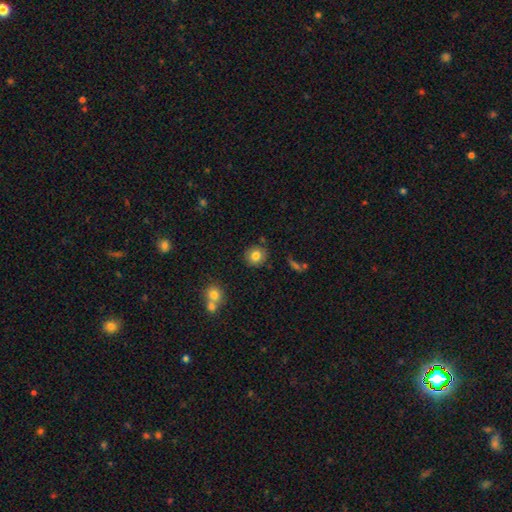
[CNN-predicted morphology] smooth 81%, star or artifact 10%, featured or disk 9%. Down the decision tree: how rounded — round (87%); merging — none (87%).